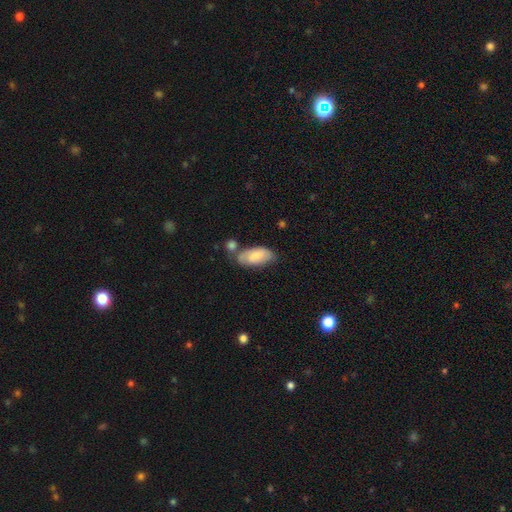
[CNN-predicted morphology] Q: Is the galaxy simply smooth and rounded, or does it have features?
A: smooth — 67%.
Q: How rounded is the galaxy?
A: in between — 91%.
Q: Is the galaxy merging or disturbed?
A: none — 47%.